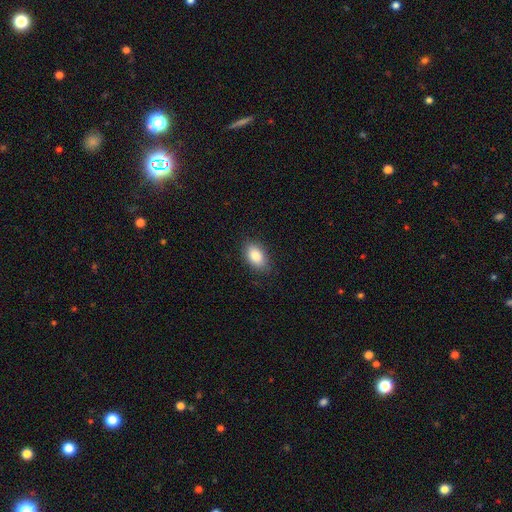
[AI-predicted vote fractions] Smooth or featured? smooth (85%)
How rounded? in between (90%)
Merging? none (86%)